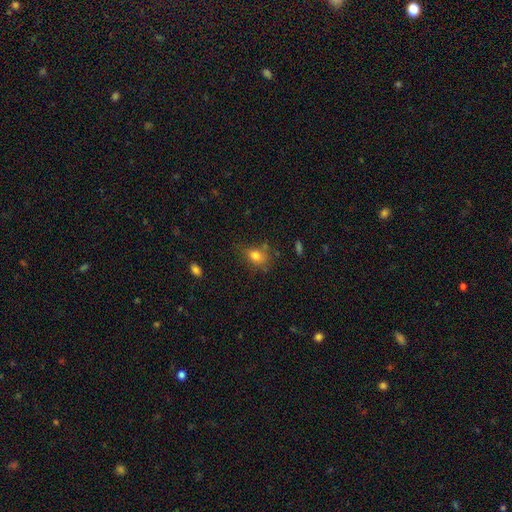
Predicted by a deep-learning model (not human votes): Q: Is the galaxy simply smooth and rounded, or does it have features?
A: smooth — 78%.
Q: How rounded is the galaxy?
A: in between — 64%.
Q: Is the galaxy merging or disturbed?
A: none — 61%.